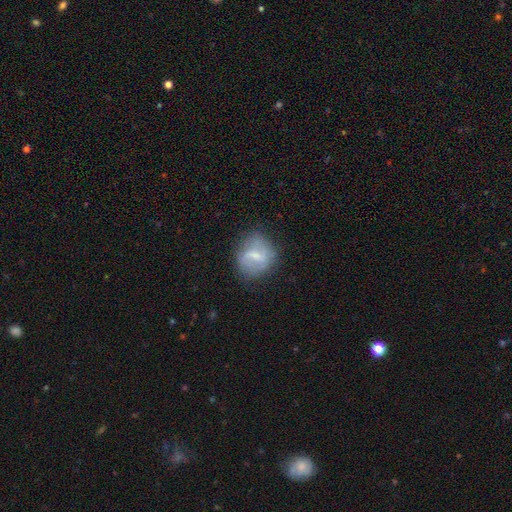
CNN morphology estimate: Q: Smooth or featured?
A: featured or disk (47%); runner-up: smooth (45%)
Q: Merging?
A: none (60%); runner-up: minor disturbance (25%)